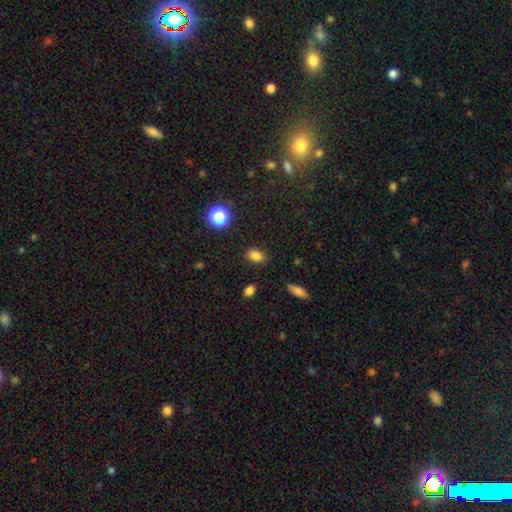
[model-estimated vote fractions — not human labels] Smooth or featured? smooth (82%)
How rounded? in between (81%)
Merging? none (84%)